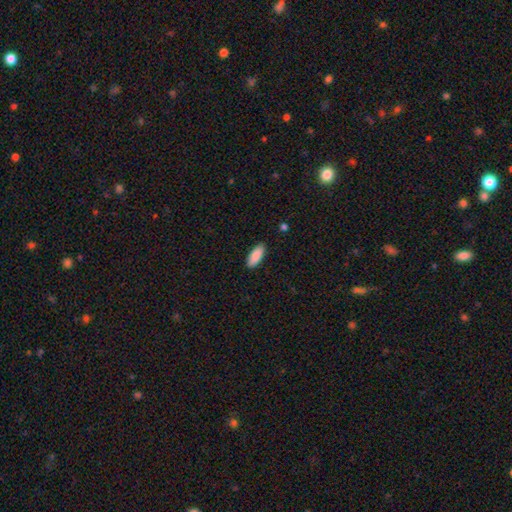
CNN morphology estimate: A smooth galaxy with no disk features (90%) that is in between round and cigar-shaped (78%).

Vote fractions:
- Smooth or featured? smooth: 90% / star or artifact: 6% / featured or disk: 4%
- How rounded? in between: 78% / cigar-shaped: 20% / round: 2%
- Merging? none: 89% / minor disturbance: 8% / major disturbance: 2% / merger: 1%